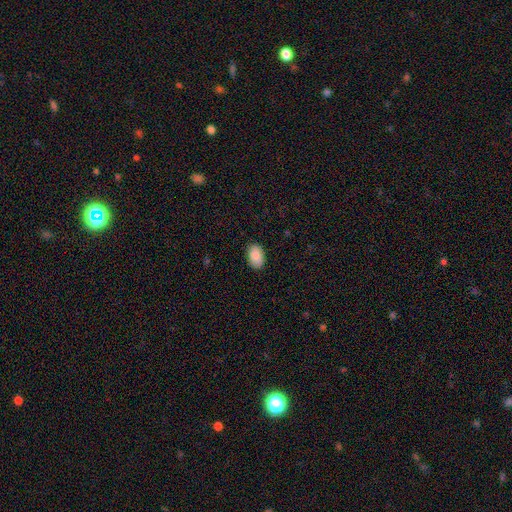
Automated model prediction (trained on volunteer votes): Q: Smooth or featured?
A: smooth (89%); runner-up: star or artifact (6%)
Q: How rounded?
A: in between (90%); runner-up: round (9%)
Q: Merging?
A: none (87%); runner-up: minor disturbance (10%)